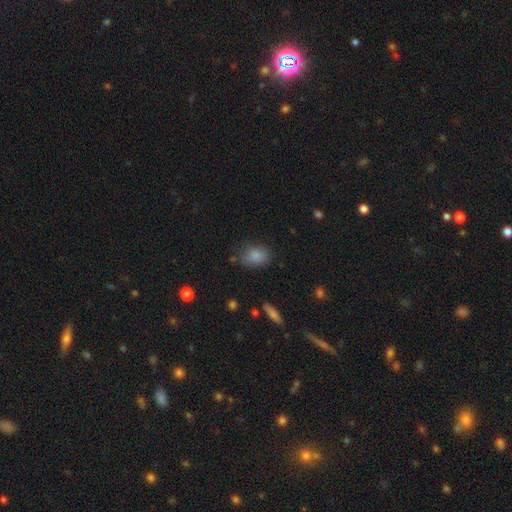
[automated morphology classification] Overall: smooth (84%). How rounded: in between (75%). Merging: none (73%).